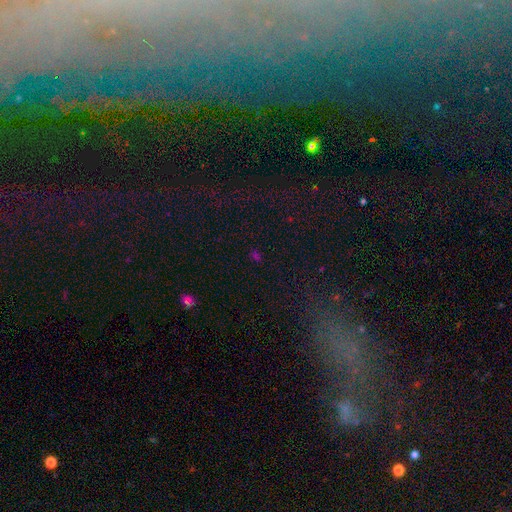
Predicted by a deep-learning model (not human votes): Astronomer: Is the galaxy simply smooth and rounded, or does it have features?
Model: star or artifact — 50% (runner-up: smooth, 43%).